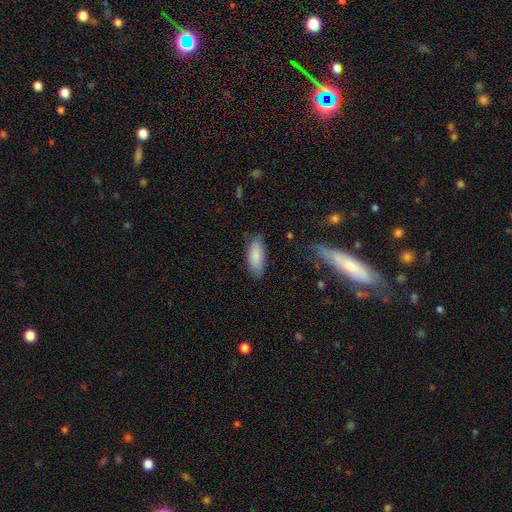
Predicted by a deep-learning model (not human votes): Smooth or featured? Predicted: smooth (p=0.85). How rounded? Predicted: in between (p=0.75). Merging? Predicted: none (p=0.78).